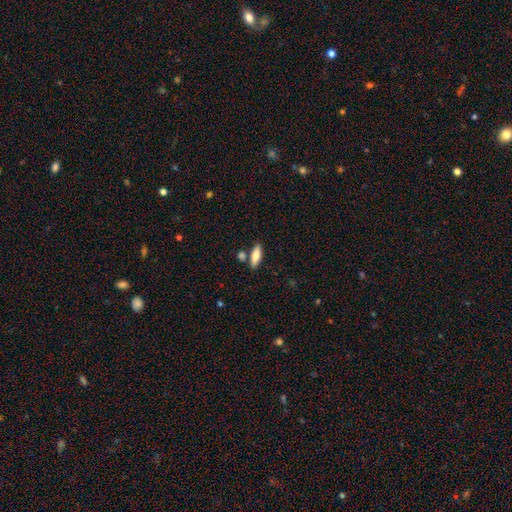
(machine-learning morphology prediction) The model was most divided on "how rounded": in between: 53%, cigar-shaped: 45%, round: 2%. More confident: smooth or featured — smooth (79%); merging — none (77%).